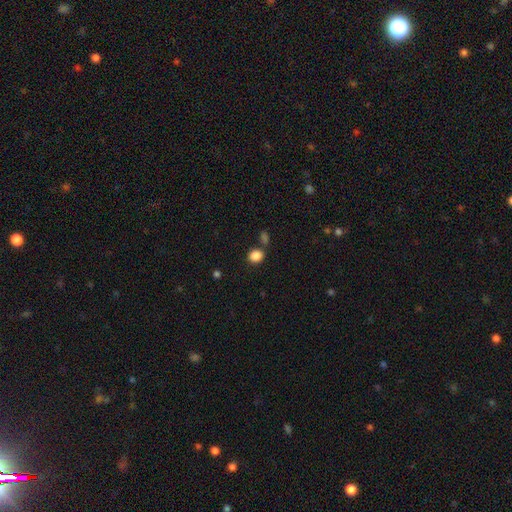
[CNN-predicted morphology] This is clearly a smooth galaxy (86%). How rounded: possibly round (60%). Merging: likely none (72%).